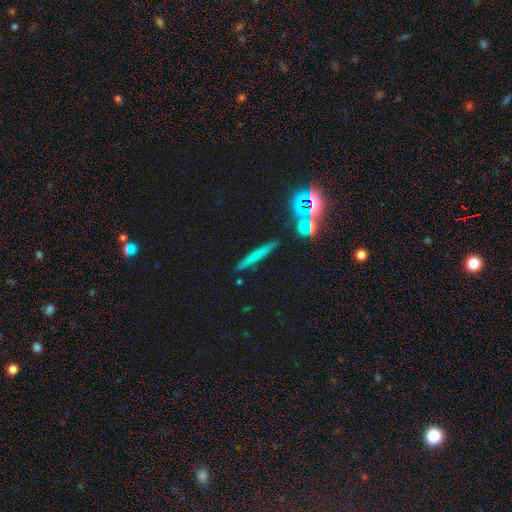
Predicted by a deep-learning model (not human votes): The model was most divided on "smooth or featured": smooth: 57%, featured or disk: 27%, star or artifact: 16%. More confident: how rounded — cigar-shaped (93%); merging — none (87%).